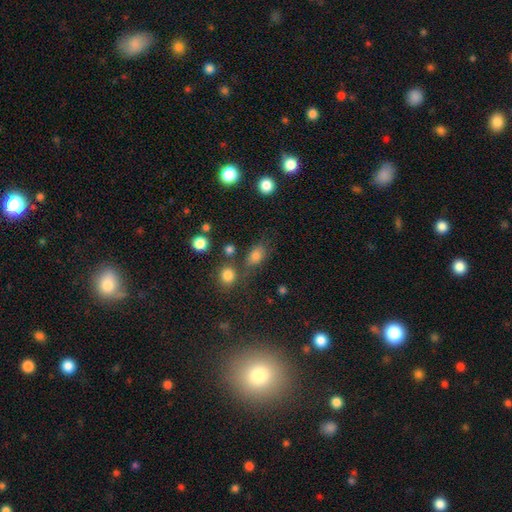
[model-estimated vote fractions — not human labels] Morphology: type=smooth (77%); roundness=in between (72%); merging=none (64%).